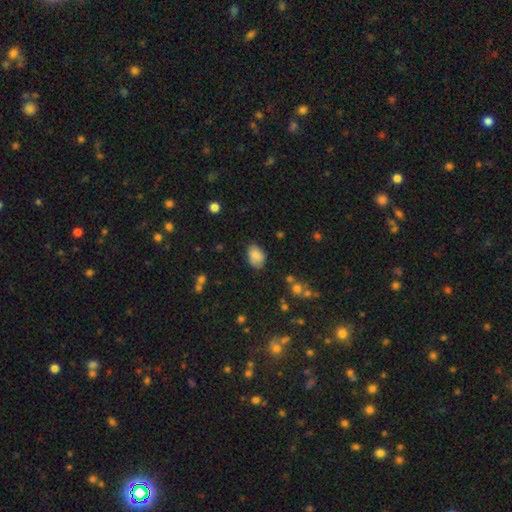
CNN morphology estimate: type=smooth (84%); roundness=in between (85%); merging=none (72%).